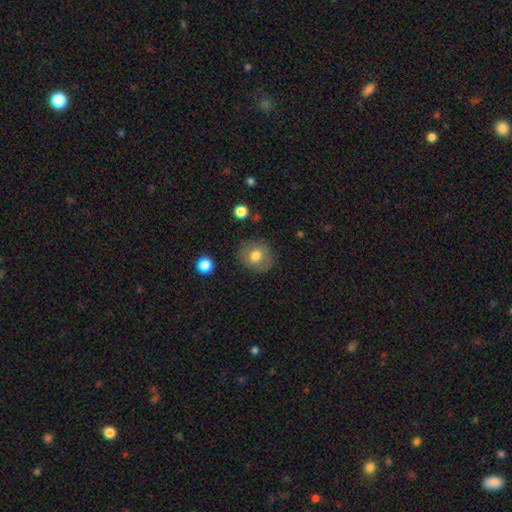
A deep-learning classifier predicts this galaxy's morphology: Smooth or featured: smooth — 73% (featured or disk — 18%)
How rounded: round — 81% (in between — 18%)
Merging: none — 84% (minor disturbance — 11%)